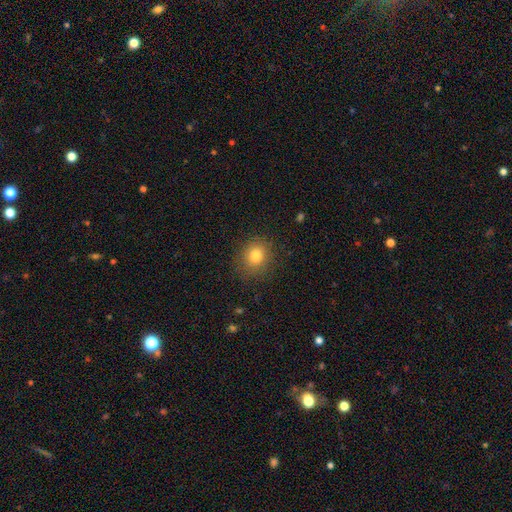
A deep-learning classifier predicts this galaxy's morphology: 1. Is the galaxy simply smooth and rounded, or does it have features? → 80% smooth, 12% star or artifact, 8% featured or disk.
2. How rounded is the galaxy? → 75% round, 24% in between, 1% cigar-shaped.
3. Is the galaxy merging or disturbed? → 85% none, 10% minor disturbance, 4% major disturbance, 1% merger.